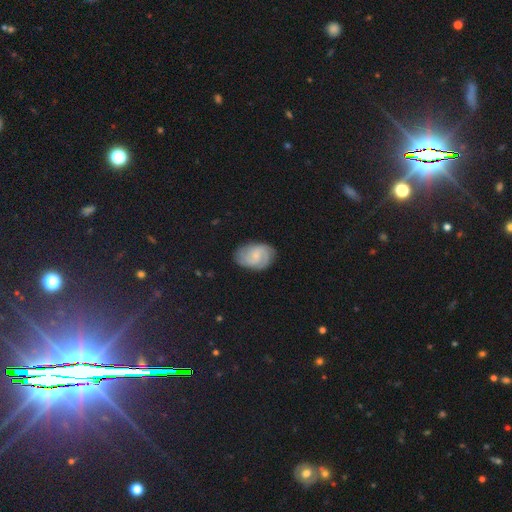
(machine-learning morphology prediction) This appears to be a featured or disk galaxy (61%) with no bar (56%), 2 (34%) medium (43%) spiral arms (92%) and a small central bulge (65%). Merging: none (76%).